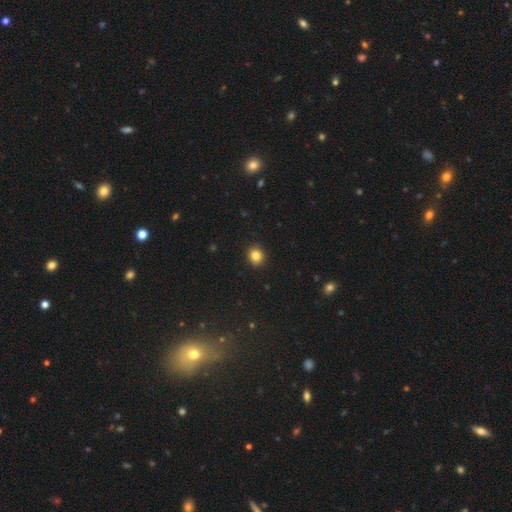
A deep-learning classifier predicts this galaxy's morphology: smooth_or_featured: smooth (p=0.84) [alt: star or artifact p=0.11]
how_rounded: round (p=0.82) [alt: in between p=0.17]
merging: none (p=0.91) [alt: minor disturbance p=0.07]